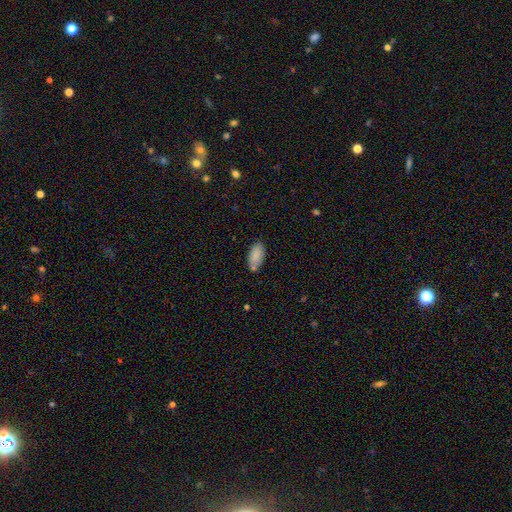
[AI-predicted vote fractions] smooth 86%, star or artifact 7%, featured or disk 7%. Down the decision tree: how rounded — in between (93%); merging — none (70%).